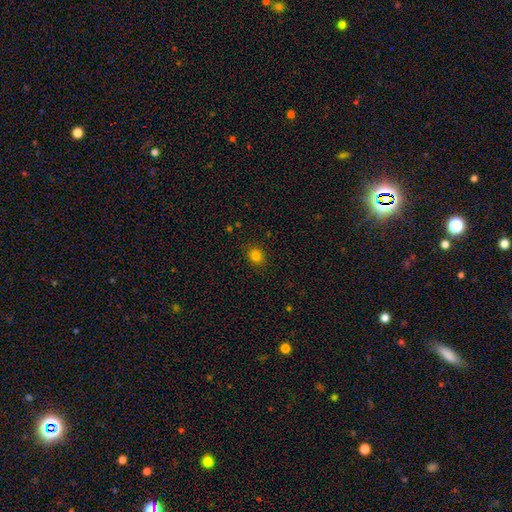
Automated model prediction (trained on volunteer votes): smooth 81%, star or artifact 14%, featured or disk 5%. Down the decision tree: how rounded — round (66%); merging — none (88%).